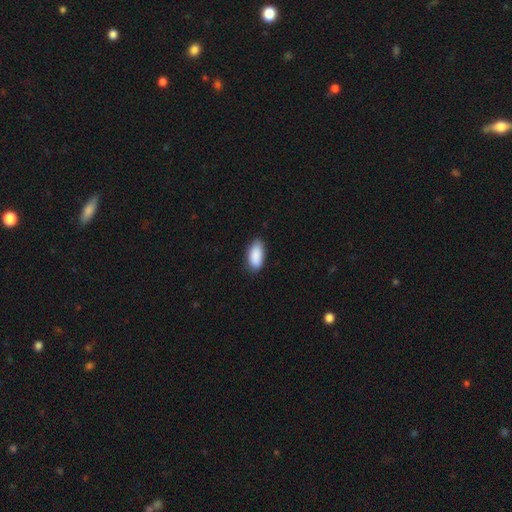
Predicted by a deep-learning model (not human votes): A smooth galaxy with no disk features (90%) that is in between round and cigar-shaped (92%).

Vote fractions:
- Smooth or featured? smooth: 90% / star or artifact: 6% / featured or disk: 4%
- How rounded? in between: 92% / cigar-shaped: 6% / round: 2%
- Merging? none: 80% / minor disturbance: 16% / major disturbance: 2% / merger: 1%